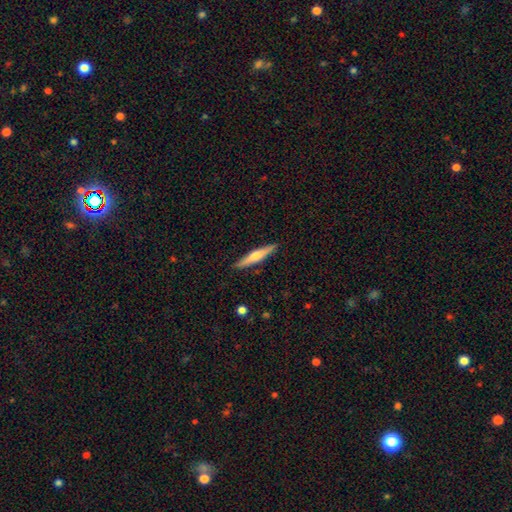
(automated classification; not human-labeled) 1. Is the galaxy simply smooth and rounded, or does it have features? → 53% featured or disk, 42% smooth, 5% star or artifact.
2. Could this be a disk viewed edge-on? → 97% yes, 3% no.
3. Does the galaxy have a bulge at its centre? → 81% rounded, 11% none, 9% boxy.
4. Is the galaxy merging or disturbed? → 91% none, 7% minor disturbance, 1% major disturbance, 1% merger.